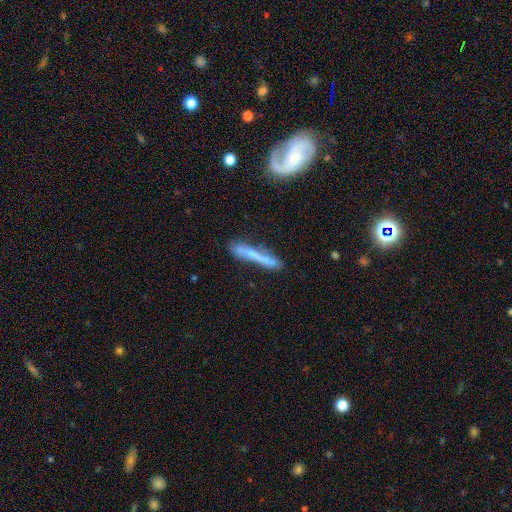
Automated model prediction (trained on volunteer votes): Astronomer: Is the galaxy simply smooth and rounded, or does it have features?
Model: featured or disk — 50% (runner-up: smooth, 43%).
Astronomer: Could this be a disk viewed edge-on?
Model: yes — 70%.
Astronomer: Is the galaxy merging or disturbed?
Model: none — 68%.